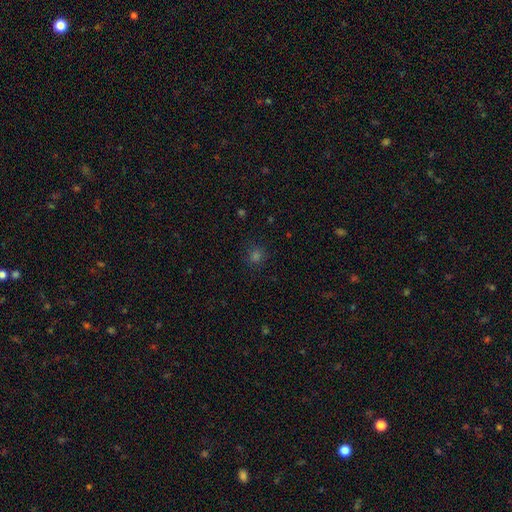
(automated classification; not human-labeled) Overall: smooth (67%; star or artifact 28%). How rounded: round (88%). Merging: none (87%).